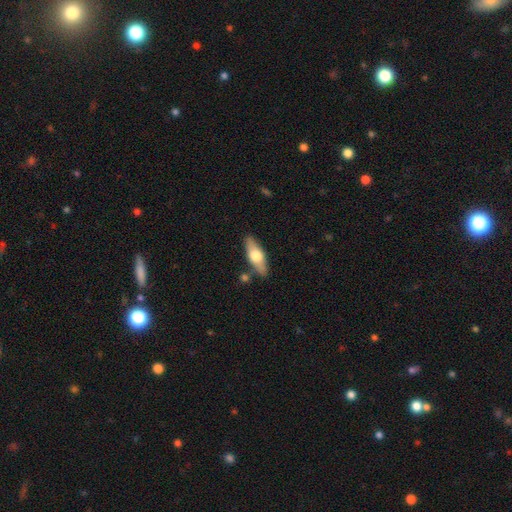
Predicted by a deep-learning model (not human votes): This is possibly a smooth galaxy (49%). Merging: clearly none (82%).